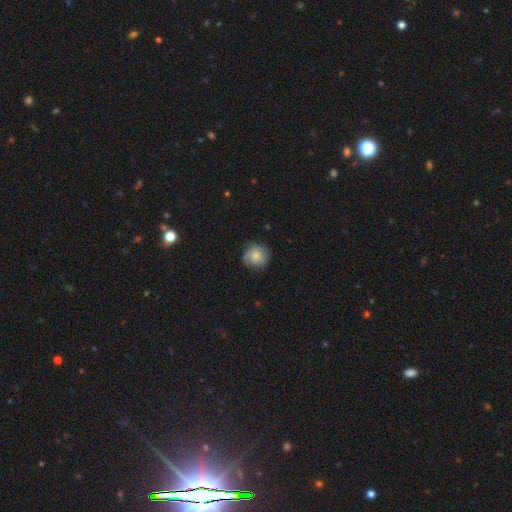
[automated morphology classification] Smooth or featured: smooth — 73% (featured or disk — 19%)
How rounded: round — 88% (in between — 11%)
Merging: none — 72% (minor disturbance — 21%)